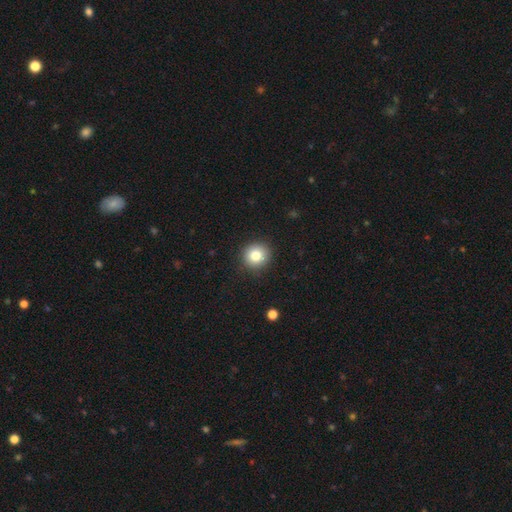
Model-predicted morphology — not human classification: Smooth or featured? smooth (82%)
How rounded? round (90%)
Merging? none (90%)